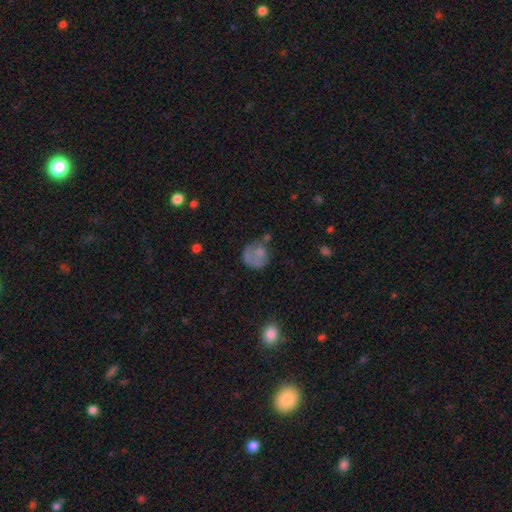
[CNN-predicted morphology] A smooth galaxy with no disk features (59%) that is round (76%).

Vote fractions:
- Smooth or featured? smooth: 59% / featured or disk: 30% / star or artifact: 10%
- How rounded? round: 76% / in between: 23% / cigar-shaped: 1%
- Merging? none: 39% / major disturbance: 28% / minor disturbance: 22% / merger: 11%